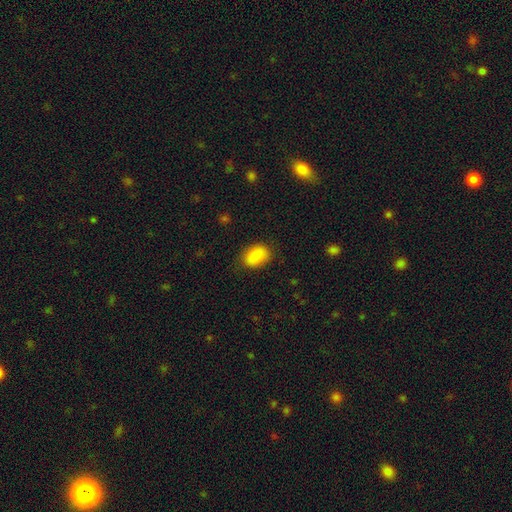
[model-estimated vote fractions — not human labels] This appears to be a smooth galaxy with no disk features (87%) that is in between round and cigar-shaped (79%). Merging: none (81%).